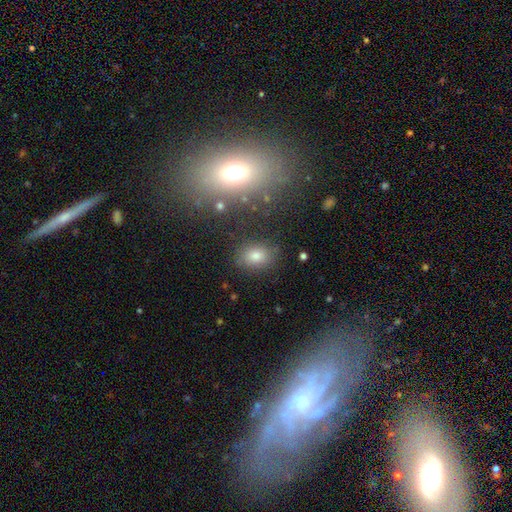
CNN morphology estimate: This is likely a smooth galaxy (74%). How rounded: likely in between (67%). Merging: clearly none (83%).